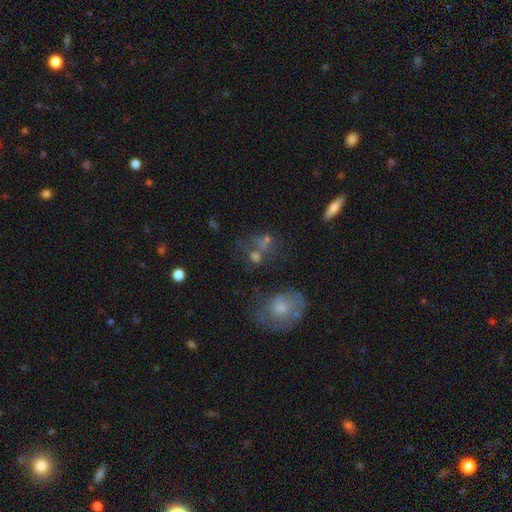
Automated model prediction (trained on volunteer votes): A smooth galaxy with no disk features (51%) that is round (63%). Merging: none (42%).